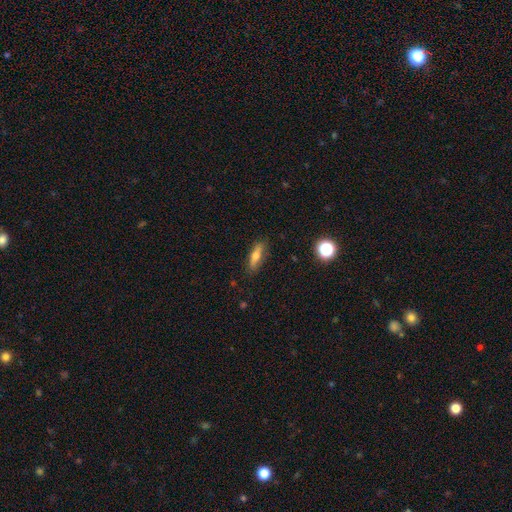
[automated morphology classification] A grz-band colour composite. It shows a smooth galaxy with no disk features (61%) that is cigar-shaped (55%). Merging: none (84%).